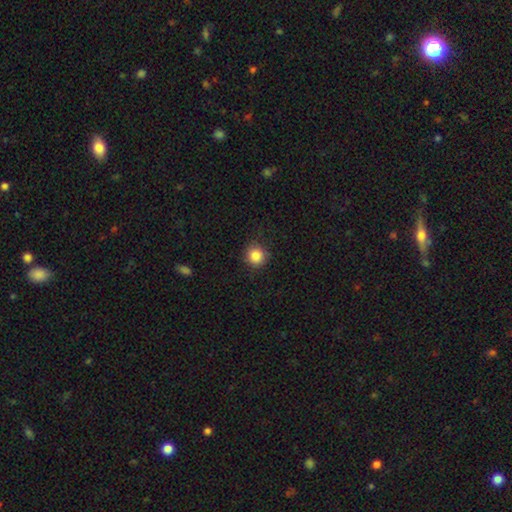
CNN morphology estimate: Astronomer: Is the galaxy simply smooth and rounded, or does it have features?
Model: smooth — 85%.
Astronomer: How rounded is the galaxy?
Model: round — 93%.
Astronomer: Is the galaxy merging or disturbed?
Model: none — 88%.